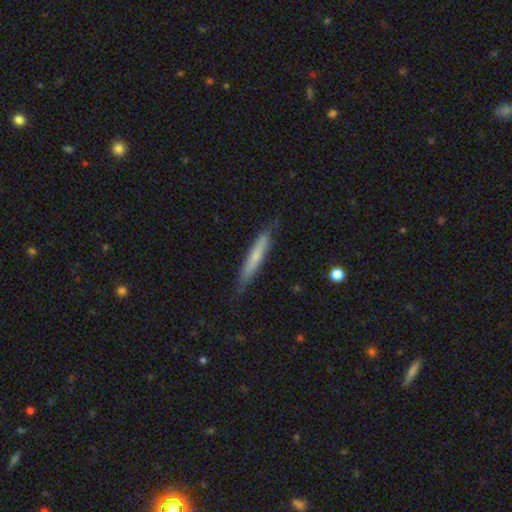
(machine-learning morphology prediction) Smooth or featured? smooth (62%)
How rounded? cigar-shaped (94%)
Merging? none (80%)